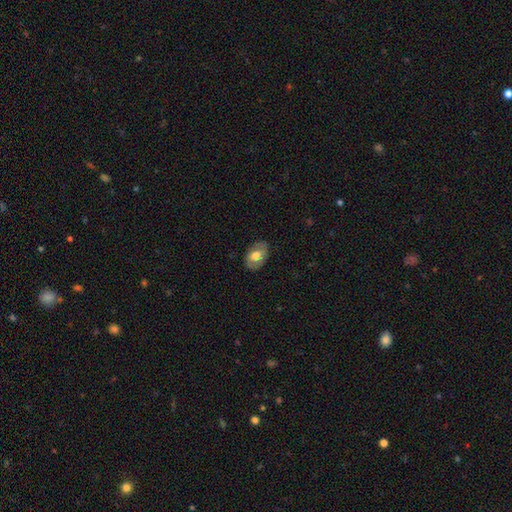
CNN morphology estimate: Smooth or featured? smooth (64%)
How rounded? in between (87%)
Merging? none (81%)